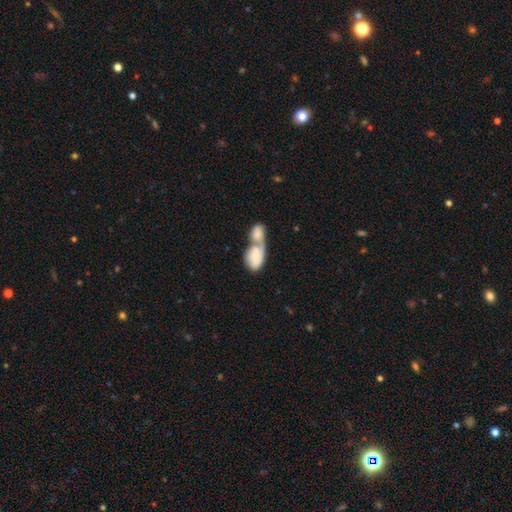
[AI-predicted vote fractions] Smooth or featured? Predicted: smooth (p=0.64). How rounded? Predicted: in between (p=0.86). Merging? Predicted: merger (p=0.78).